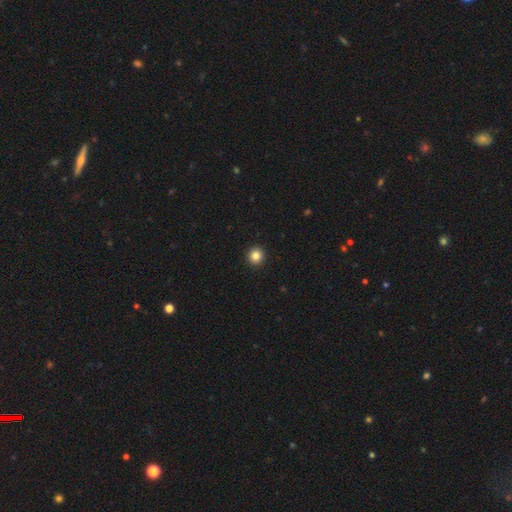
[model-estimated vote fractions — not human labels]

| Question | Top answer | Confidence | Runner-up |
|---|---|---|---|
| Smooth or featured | smooth | 85% | star or artifact (11%) |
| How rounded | round | 94% | in between (6%) |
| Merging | none | 94% | minor disturbance (4%) |